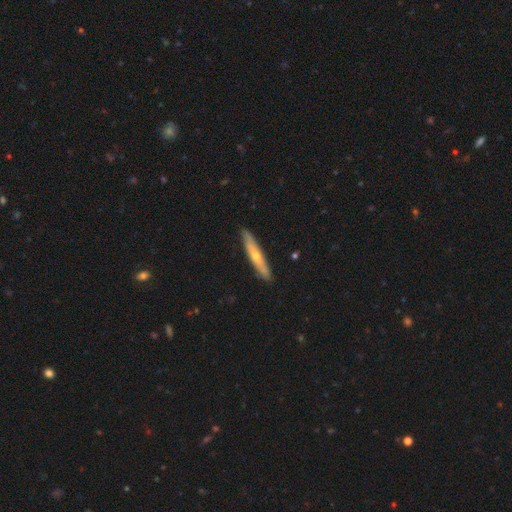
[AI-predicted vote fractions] Morphology: type=featured or disk (51%); edge-on=yes (88%); merging=none (90%).